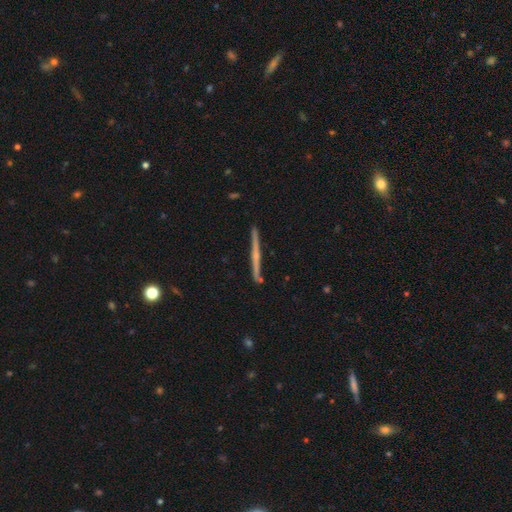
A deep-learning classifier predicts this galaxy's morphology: This is likely a featured or disk galaxy (70%). It is clearly viewed edge-on (98%). Edge-on bulge: possibly rounded (48%). Merging: clearly none (89%).